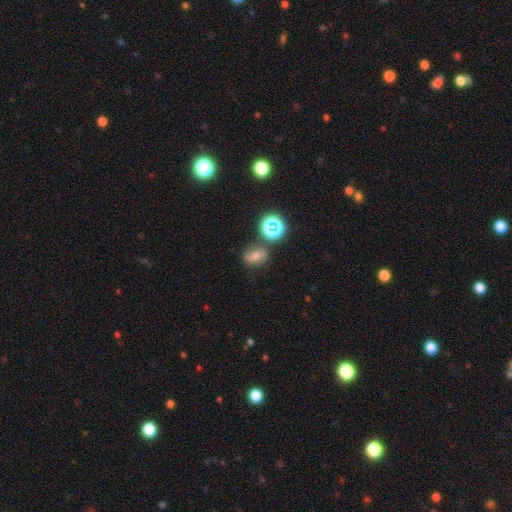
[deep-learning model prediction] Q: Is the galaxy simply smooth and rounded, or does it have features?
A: smooth — 57%.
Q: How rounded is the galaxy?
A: round — 49%, tied with in between.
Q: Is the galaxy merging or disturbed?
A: none — 69%.